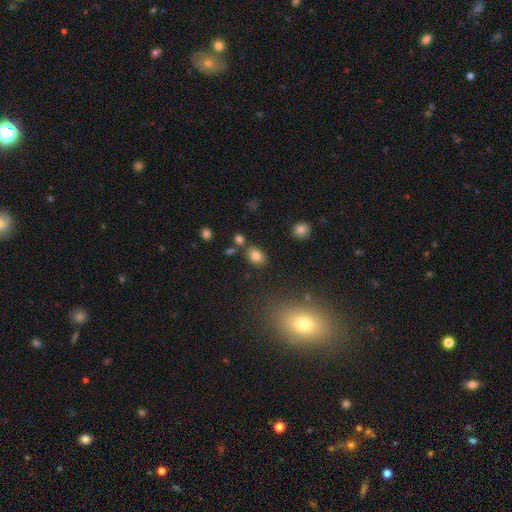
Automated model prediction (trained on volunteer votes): This is clearly a smooth galaxy (80%). How rounded: likely in between (65%). Merging: likely none (75%).